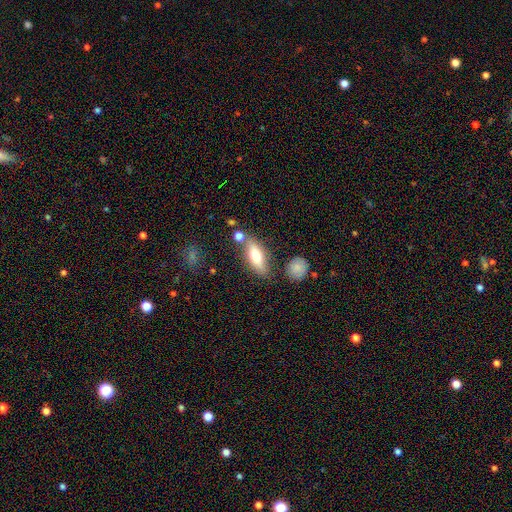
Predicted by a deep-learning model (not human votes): Q: Smooth or featured?
A: smooth (65%); runner-up: featured or disk (28%)
Q: How rounded?
A: in between (66%); runner-up: cigar-shaped (30%)
Q: Merging?
A: none (71%); runner-up: minor disturbance (15%)